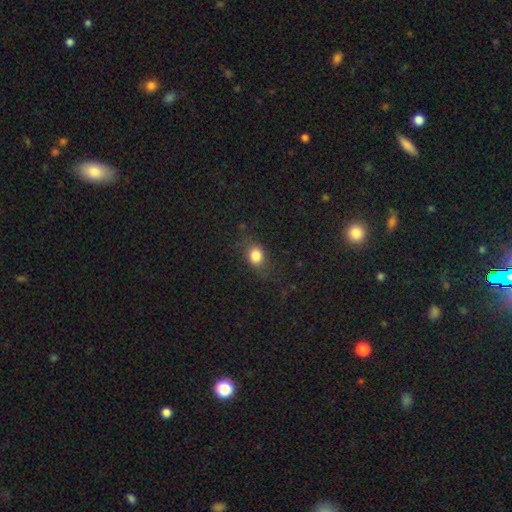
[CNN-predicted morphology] type=smooth (81%); roundness=round (49%, tied with in between); merging=none (74%).